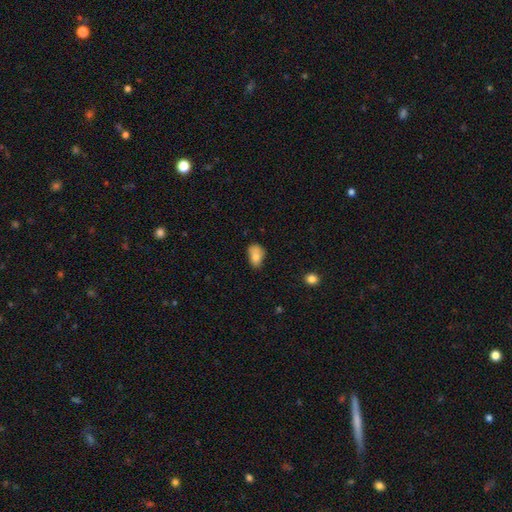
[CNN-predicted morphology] Smooth or featured: smooth — 80% (featured or disk — 11%)
How rounded: in between — 86% (round — 12%)
Merging: none — 50% (minor disturbance — 35%)